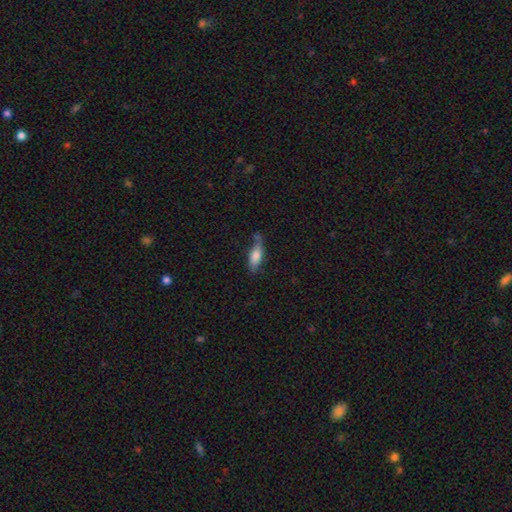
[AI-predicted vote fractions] Overall: smooth (71%). How rounded: in between (62%; cigar-shaped 36%). Merging: none (56%; minor disturbance 28%).